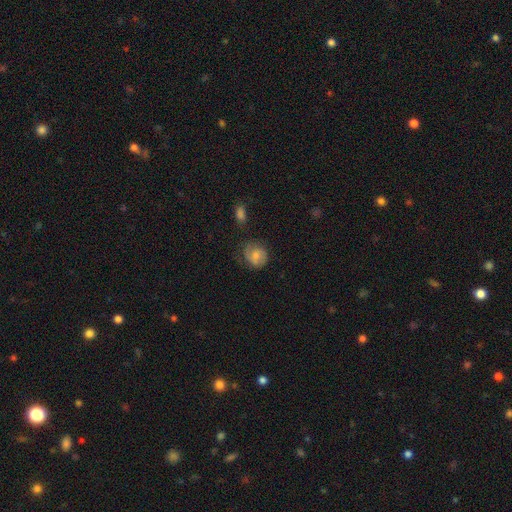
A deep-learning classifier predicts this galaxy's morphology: Smooth or featured? smooth (60%)
How rounded? round (71%)
Merging? none (60%)